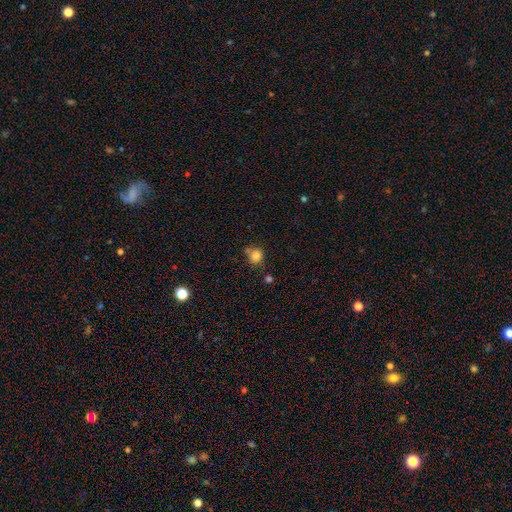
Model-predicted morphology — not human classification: This is clearly a smooth galaxy (83%). How rounded: clearly round (83%). Merging: likely none (65%).